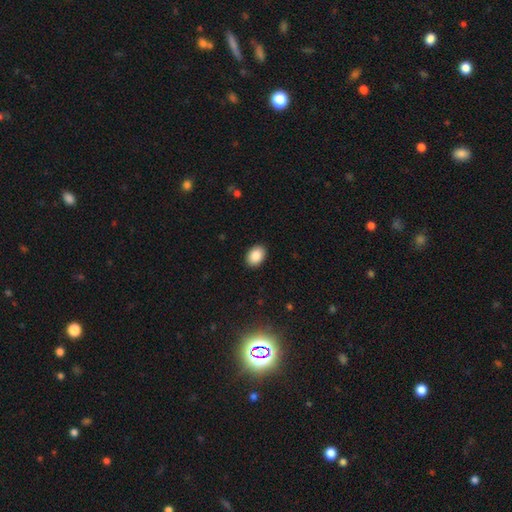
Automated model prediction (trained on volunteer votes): This appears to be a smooth galaxy with no disk features (88%) that is in between round and cigar-shaped (81%). Merging: none (91%).